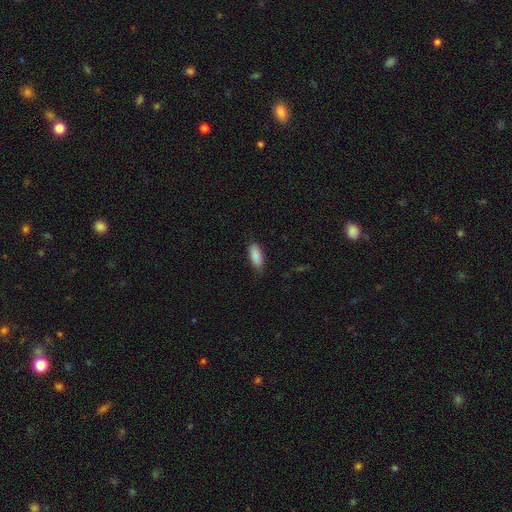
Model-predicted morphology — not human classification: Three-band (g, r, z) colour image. It shows a smooth galaxy with no disk features (88%) that is in between round and cigar-shaped (85%). Merging: none (78%).